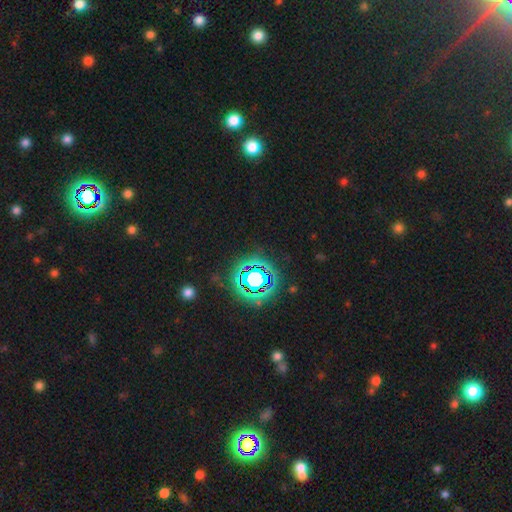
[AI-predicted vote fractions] Smooth or featured? star or artifact (78%)